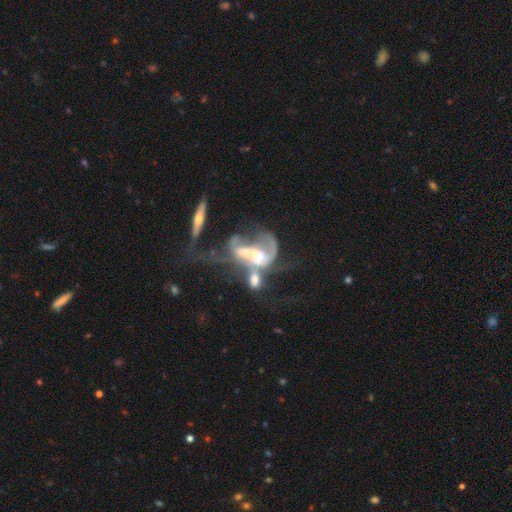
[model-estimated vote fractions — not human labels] Q: Smooth or featured?
A: featured or disk (77%); runner-up: smooth (15%)
Q: Edge-on disk?
A: no (93%); runner-up: yes (7%)
Q: Bar?
A: no (55%); runner-up: weak (30%)
Q: Spiral arms?
A: yes (72%); runner-up: no (28%)
Q: Spiral winding?
A: loose (54%); runner-up: medium (32%)
Q: Spiral arm count?
A: 2 (51%); runner-up: can't tell (25%)
Q: Bulge size?
A: moderate (58%); runner-up: small (25%)
Q: Merging?
A: merger (65%); runner-up: major disturbance (20%)